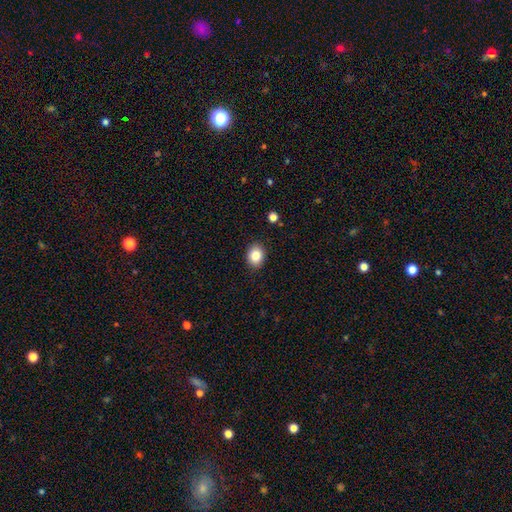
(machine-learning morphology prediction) Q: Smooth or featured?
A: smooth (84%); runner-up: star or artifact (9%)
Q: How rounded?
A: in between (56%); runner-up: round (43%)
Q: Merging?
A: none (89%); runner-up: minor disturbance (8%)